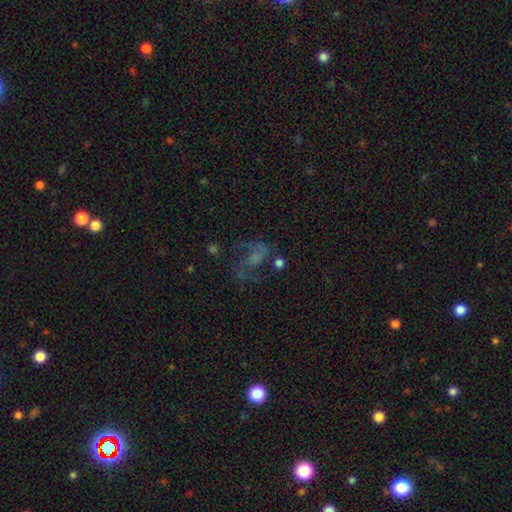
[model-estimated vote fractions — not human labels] smooth-or-featured: featured or disk: 49% | smooth: 31% | star or artifact: 20%
  merging: major disturbance: 37% (tied) | none: 37% (tied) | minor disturbance: 18% | merger: 7%